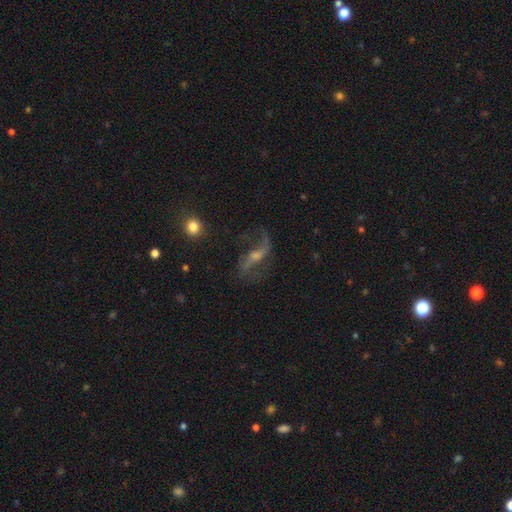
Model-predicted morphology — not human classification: This is clearly a featured or disk galaxy (82%). It is clearly not viewed edge-on (90%). Bar: marginally weak (38%). Spiral arm pattern: clearly yes (93%). Spiral arm count: clearly 2 (86%). Spiral winding: clearly loose (82%). Central bulge: possibly small (51%). Merging: likely none (63%).